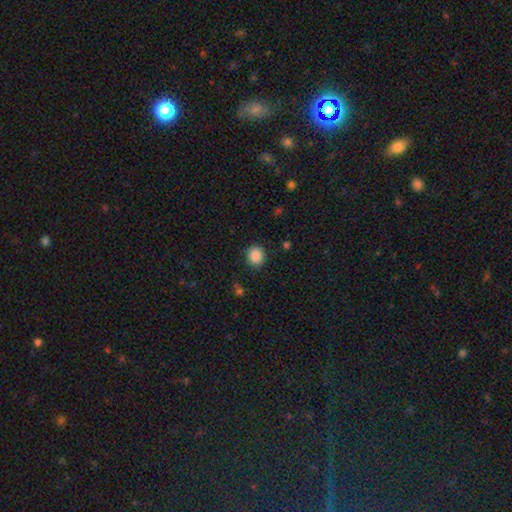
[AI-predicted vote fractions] The model was most divided on "how rounded": round: 79%, in between: 20%, cigar-shaped: 1%. More confident: merging — none (88%); smooth or featured — smooth (88%).